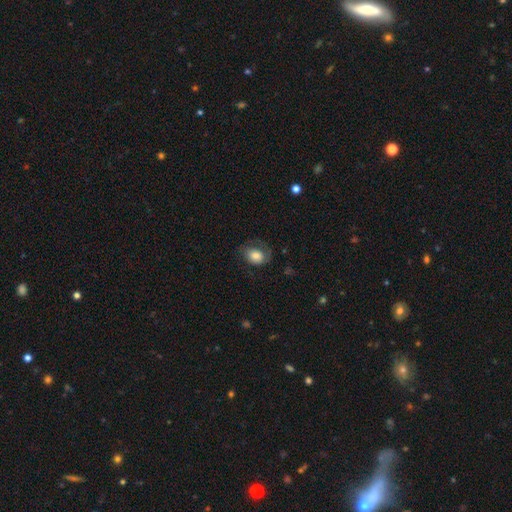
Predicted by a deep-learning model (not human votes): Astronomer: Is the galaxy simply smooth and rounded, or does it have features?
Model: smooth — 69%.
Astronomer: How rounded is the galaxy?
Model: in between — 65%.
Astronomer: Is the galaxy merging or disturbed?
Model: none — 50% (runner-up: minor disturbance, 25%).